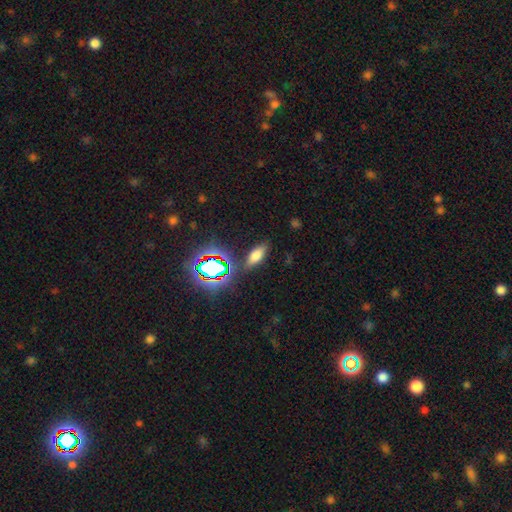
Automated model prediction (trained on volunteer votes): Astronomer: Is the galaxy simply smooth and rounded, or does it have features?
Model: smooth — 64%.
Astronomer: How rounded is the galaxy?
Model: in between — 73%.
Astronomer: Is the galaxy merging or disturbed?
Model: none — 81%.